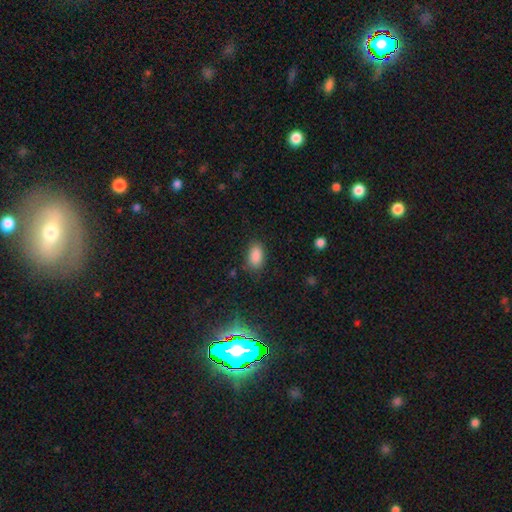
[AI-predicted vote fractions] A smooth galaxy with no disk features (87%) that is in between round and cigar-shaped (92%). Merging: none (83%).